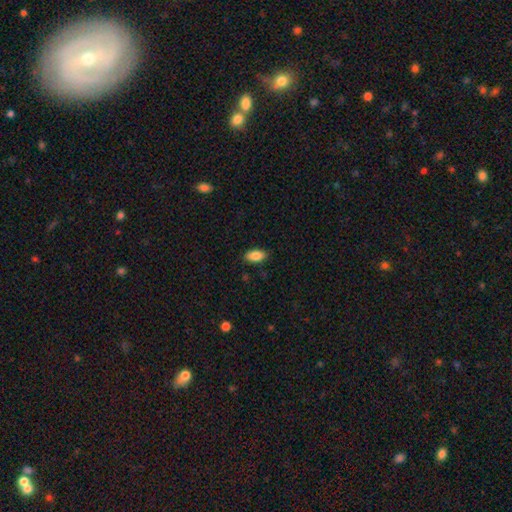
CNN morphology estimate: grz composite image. It shows a smooth galaxy with no disk features (85%) that is in between round and cigar-shaped (91%). Merging: none (86%).